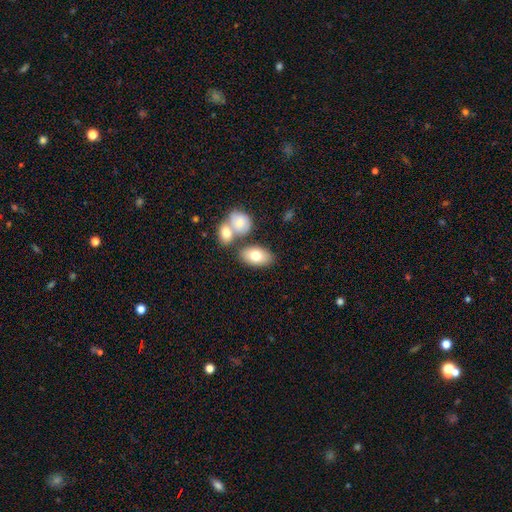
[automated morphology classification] Smooth or featured?
  - smooth: 75% *
  - featured or disk: 18%
  - star or artifact: 7%
How rounded?
  - in between: 92% *
  - round: 6%
  - cigar-shaped: 2%
Merging?
  - none: 61% *
  - merger: 25%
  - minor disturbance: 11%
  - major disturbance: 3%